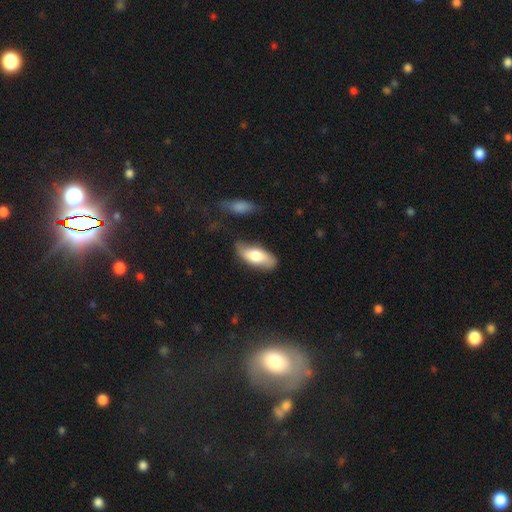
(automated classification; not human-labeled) Morphology: type=smooth (66%); roundness=in between (85%); merging=none (71%).